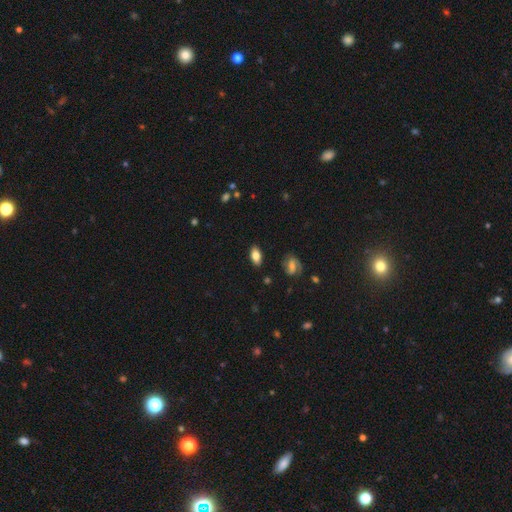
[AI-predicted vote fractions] This appears to be a smooth galaxy with no disk features (76%) that is in between round and cigar-shaped (88%). Merging: none (86%).